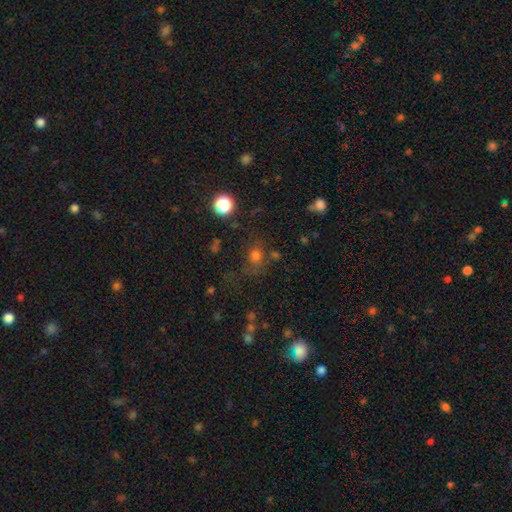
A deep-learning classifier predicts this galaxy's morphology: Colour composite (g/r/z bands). It shows a smooth galaxy with no disk features (70%) that is round (68%). Merging: none (58%).